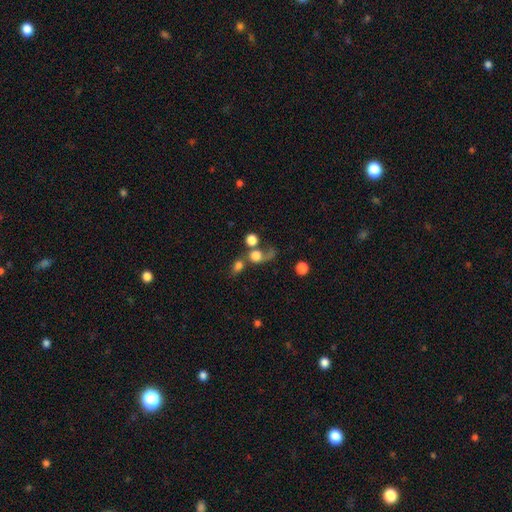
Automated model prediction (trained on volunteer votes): A smooth galaxy with no disk features (69%) that is round (71%).

Vote fractions:
- Smooth or featured? smooth: 69% / featured or disk: 17% / star or artifact: 14%
- How rounded? round: 71% / in between: 26% / cigar-shaped: 3%
- Merging? merger: 39% / none: 28% / major disturbance: 22% / minor disturbance: 11%